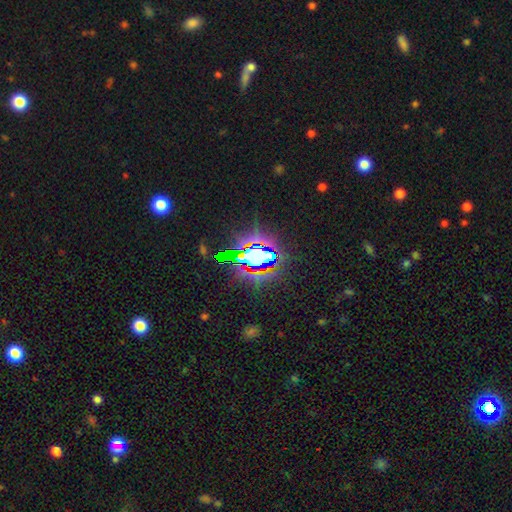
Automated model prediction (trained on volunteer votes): A star or artifact, not a galaxy (69%).